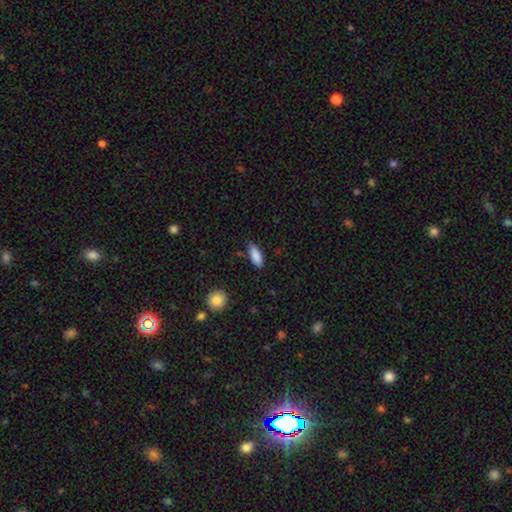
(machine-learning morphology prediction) Smooth or featured? Predicted: smooth (p=0.88). How rounded? Predicted: in between (p=0.78). Merging? Predicted: none (p=0.78).